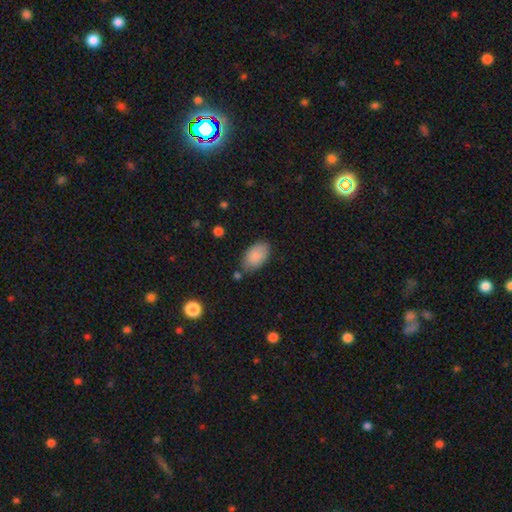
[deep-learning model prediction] Morphology: type=smooth (87%); roundness=in between (95%); merging=none (75%).